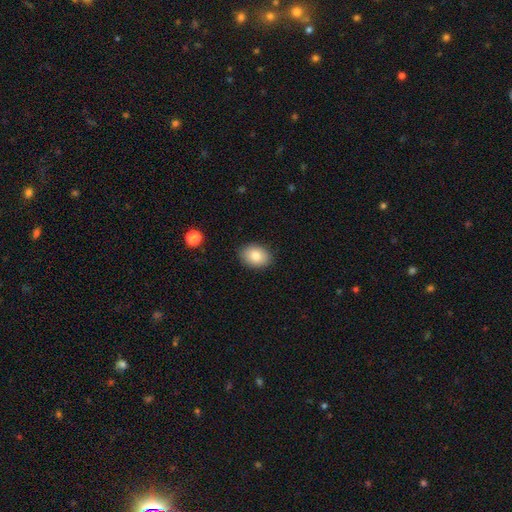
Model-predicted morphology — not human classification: smooth 84%, featured or disk 8%, star or artifact 8%. Down the decision tree: how rounded — in between (74%); merging — none (88%).